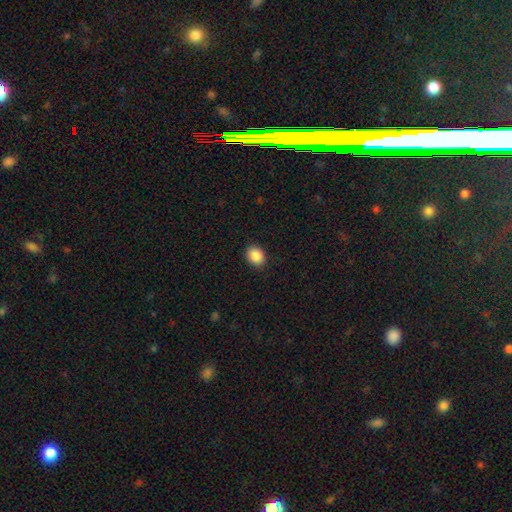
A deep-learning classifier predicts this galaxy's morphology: A smooth galaxy with no disk features (89%) that is round (56%). Merging: none (89%).